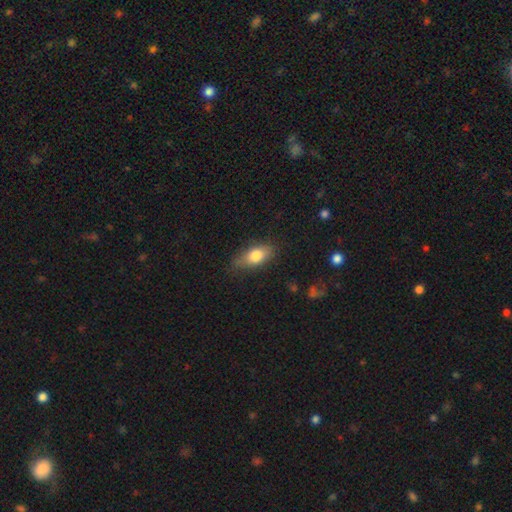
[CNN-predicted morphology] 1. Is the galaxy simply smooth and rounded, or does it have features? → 78% smooth, 15% featured or disk, 7% star or artifact.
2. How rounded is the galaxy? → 82% in between, 12% cigar-shaped, 6% round.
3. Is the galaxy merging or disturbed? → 74% none, 20% minor disturbance, 4% major disturbance, 1% merger.